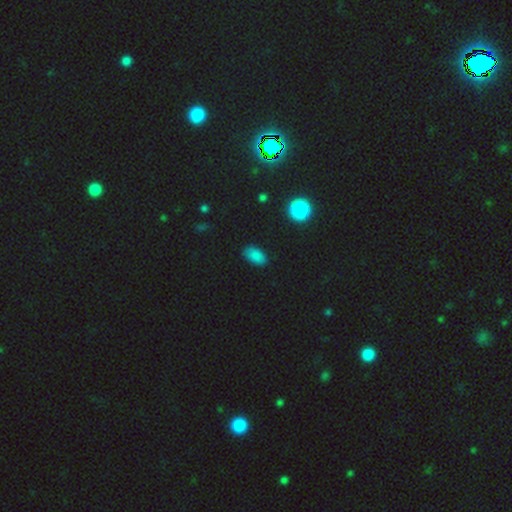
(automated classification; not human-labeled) Smooth or featured?
  - smooth: 82% *
  - star or artifact: 13%
  - featured or disk: 5%
How rounded?
  - in between: 91% *
  - round: 6%
  - cigar-shaped: 2%
Merging?
  - none: 85% *
  - minor disturbance: 11%
  - major disturbance: 2%
  - merger: 1%